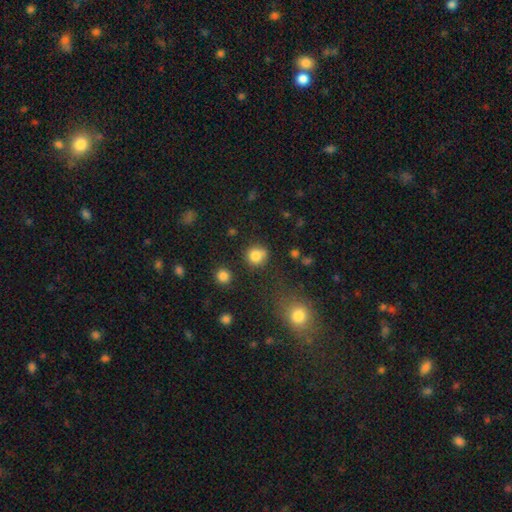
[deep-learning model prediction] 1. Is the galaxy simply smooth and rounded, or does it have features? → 82% smooth, 12% star or artifact, 6% featured or disk.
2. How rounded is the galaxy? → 87% round, 12% in between, 1% cigar-shaped.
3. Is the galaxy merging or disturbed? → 76% none, 13% minor disturbance, 6% merger, 4% major disturbance.